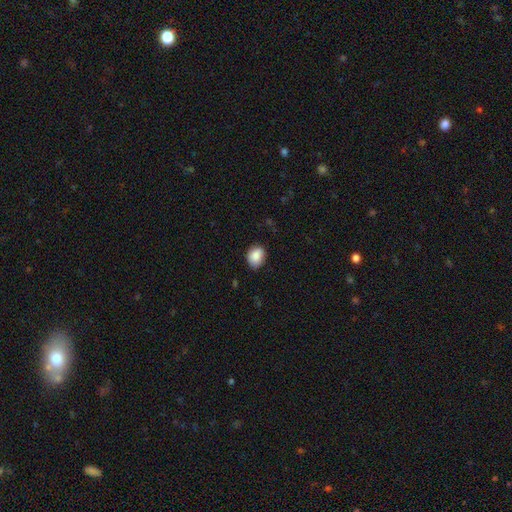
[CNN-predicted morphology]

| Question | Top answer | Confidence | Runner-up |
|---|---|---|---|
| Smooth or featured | smooth | 87% | star or artifact (8%) |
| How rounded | in between | 56% | round (43%) |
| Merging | none | 78% | minor disturbance (18%) |